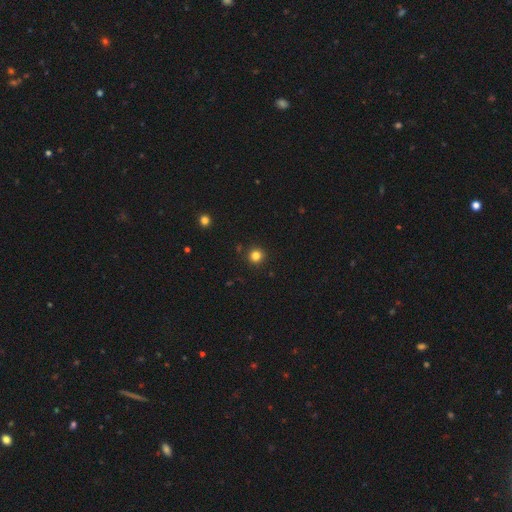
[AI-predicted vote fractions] Smooth or featured?
  - smooth: 82% *
  - star or artifact: 14%
  - featured or disk: 5%
How rounded?
  - round: 94% *
  - in between: 5%
  - cigar-shaped: 1%
Merging?
  - none: 91% *
  - minor disturbance: 5%
  - major disturbance: 2%
  - merger: 2%